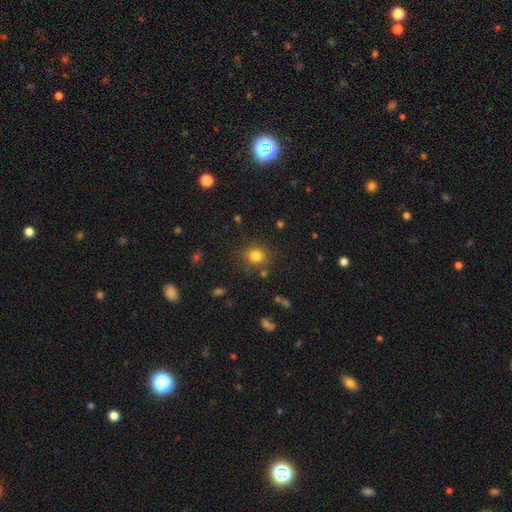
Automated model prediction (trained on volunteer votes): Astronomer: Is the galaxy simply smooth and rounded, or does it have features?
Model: smooth — 81%.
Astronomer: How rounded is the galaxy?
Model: round — 82%.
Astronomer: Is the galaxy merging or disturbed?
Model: none — 82%.